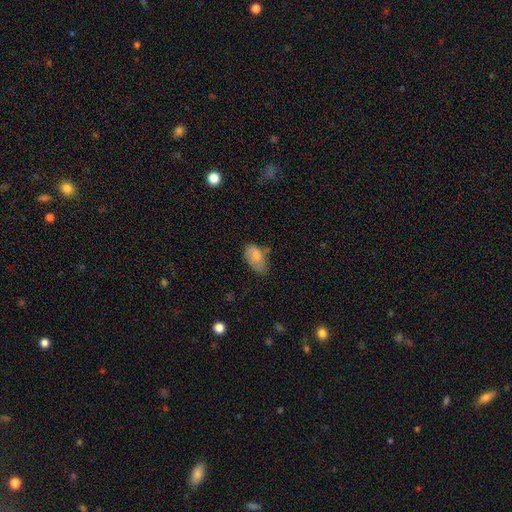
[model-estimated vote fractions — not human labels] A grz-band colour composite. It shows a smooth galaxy with no disk features (78%) that is in between round and cigar-shaped (93%). Merging: none (44%).